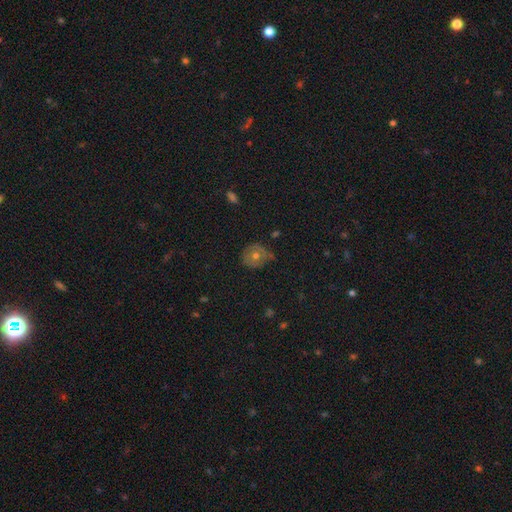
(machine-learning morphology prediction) Q: Smooth or featured?
A: smooth (55%); runner-up: featured or disk (30%)
Q: How rounded?
A: round (84%); runner-up: in between (15%)
Q: Merging?
A: none (69%); runner-up: minor disturbance (23%)